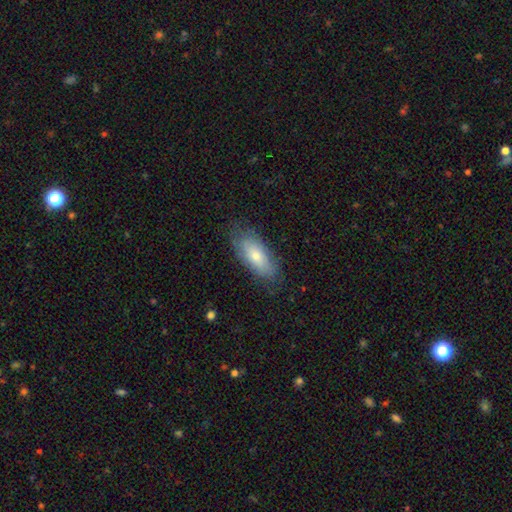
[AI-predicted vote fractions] Smooth or featured?
  - smooth: 69% *
  - featured or disk: 24%
  - star or artifact: 7%
How rounded?
  - in between: 81% *
  - cigar-shaped: 16%
  - round: 3%
Merging?
  - none: 78% *
  - minor disturbance: 17%
  - major disturbance: 4%
  - merger: 1%